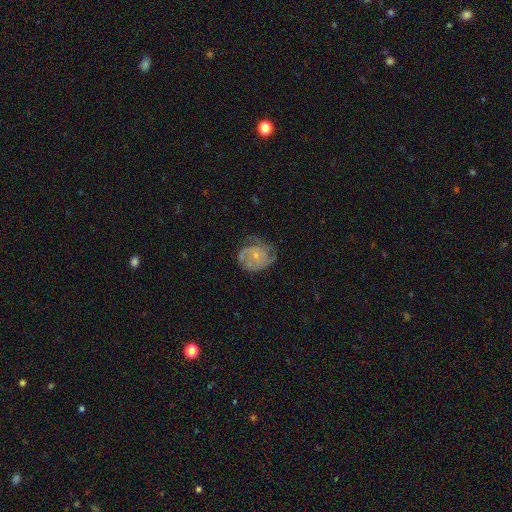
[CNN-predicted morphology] Q: Smooth or featured?
A: featured or disk (76%); runner-up: smooth (17%)
Q: Edge-on disk?
A: no (98%); runner-up: yes (2%)
Q: Bar?
A: no (78%); runner-up: weak (20%)
Q: Spiral arms?
A: yes (91%); runner-up: no (9%)
Q: Spiral winding?
A: tight (53%); runner-up: medium (36%)
Q: Spiral arm count?
A: can't tell (30%); runner-up: 3 (27%)
Q: Bulge size?
A: small (74%); runner-up: moderate (20%)
Q: Merging?
A: none (60%); runner-up: minor disturbance (24%)